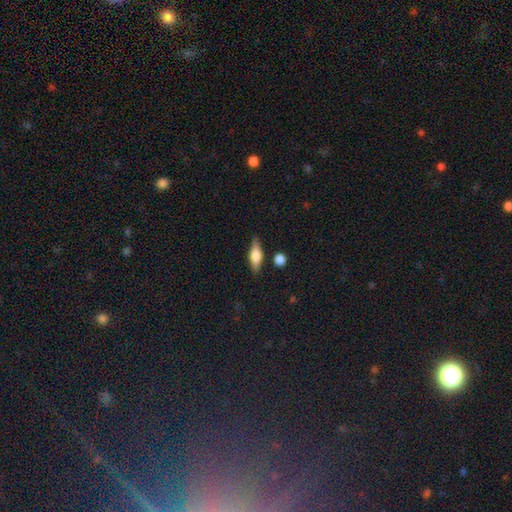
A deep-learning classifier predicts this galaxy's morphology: Q: Smooth or featured?
A: smooth (48%); runner-up: featured or disk (45%)
Q: Merging?
A: none (83%); runner-up: minor disturbance (11%)